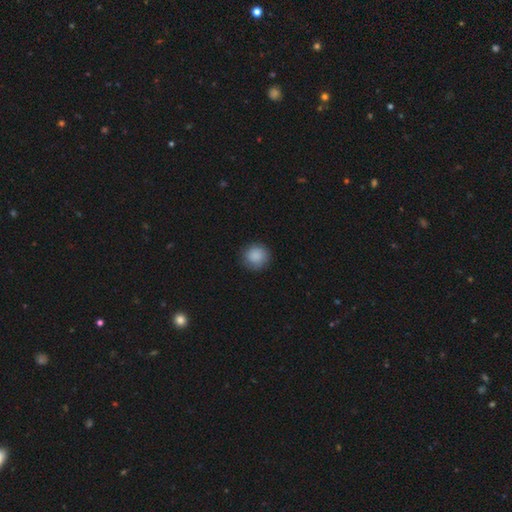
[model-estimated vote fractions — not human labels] Smooth or featured: smooth — 88% (star or artifact — 7%)
How rounded: round — 93% (in between — 6%)
Merging: none — 87% (minor disturbance — 9%)